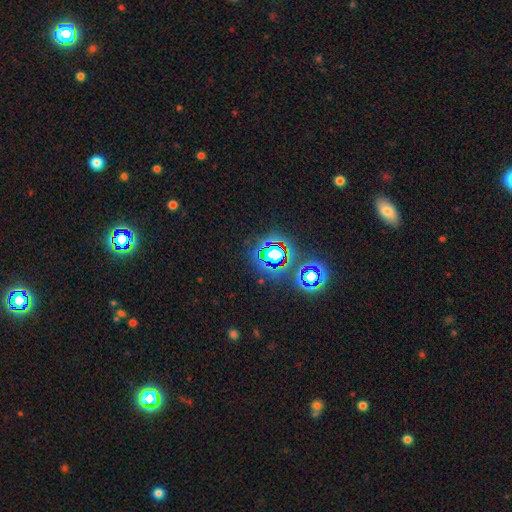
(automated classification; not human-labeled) smooth-or-featured: star or artifact: 68% | smooth: 22% | featured or disk: 10%